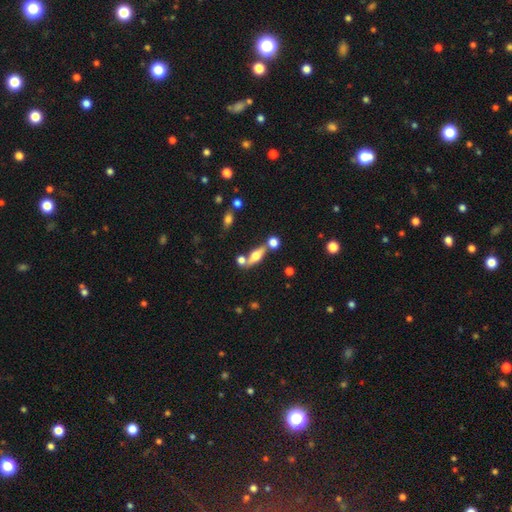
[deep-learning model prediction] Smooth or featured? featured or disk (46%)
Merging? none (62%)